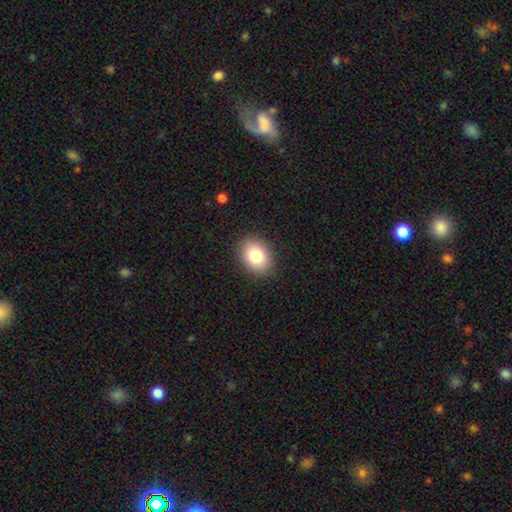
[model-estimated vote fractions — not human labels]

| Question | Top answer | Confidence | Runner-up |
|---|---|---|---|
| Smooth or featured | smooth | 82% | star or artifact (9%) |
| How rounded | in between | 60% | round (39%) |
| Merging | none | 89% | minor disturbance (8%) |